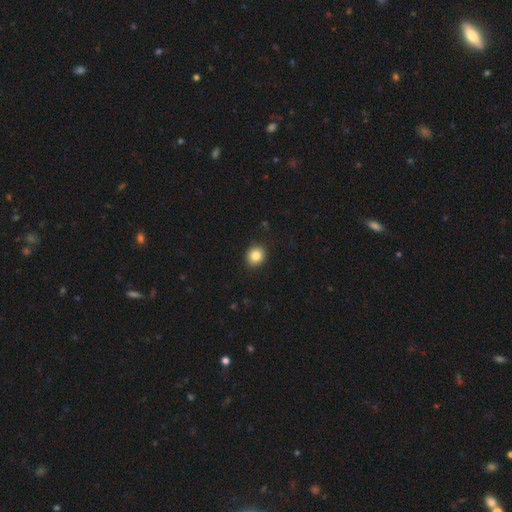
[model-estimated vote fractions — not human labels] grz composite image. It shows a smooth galaxy with no disk features (85%) that is round (74%). Merging: none (90%).